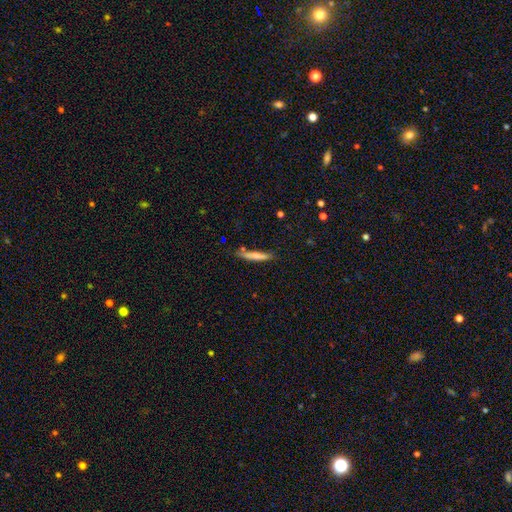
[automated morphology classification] A smooth galaxy with no disk features (68%) that is cigar-shaped (92%).

Vote fractions:
- Smooth or featured? smooth: 68% / featured or disk: 25% / star or artifact: 6%
- How rounded? cigar-shaped: 92% / in between: 7% / round: 1%
- Merging? none: 76% / minor disturbance: 16% / merger: 5% / major disturbance: 3%